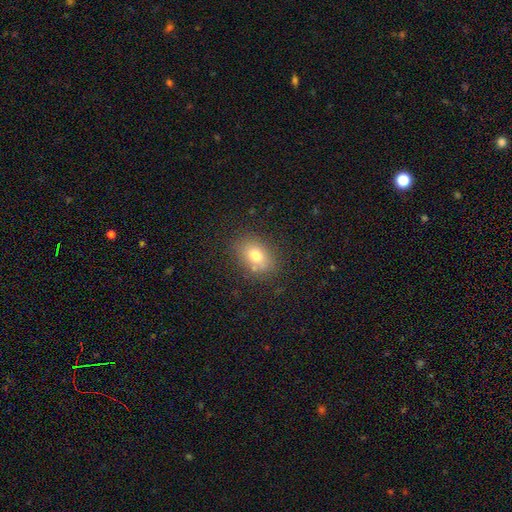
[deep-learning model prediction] smooth 75%, featured or disk 13%, star or artifact 12%. Down the decision tree: how rounded — in between (71%); merging — none (79%).